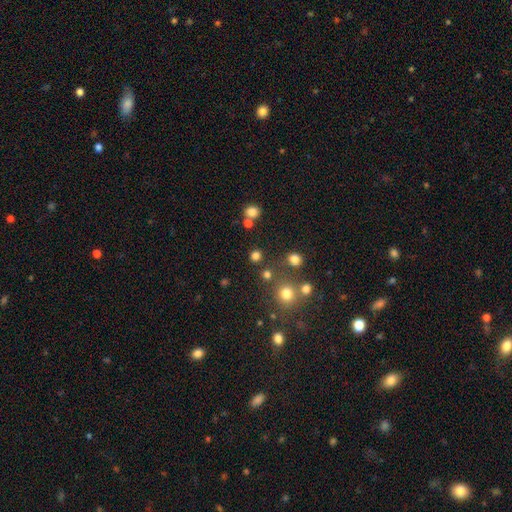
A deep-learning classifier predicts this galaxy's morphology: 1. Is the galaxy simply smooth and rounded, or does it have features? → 75% smooth, 19% star or artifact, 6% featured or disk.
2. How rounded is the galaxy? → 89% round, 10% in between, 1% cigar-shaped.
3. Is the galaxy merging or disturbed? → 80% none, 9% merger, 7% minor disturbance, 4% major disturbance.